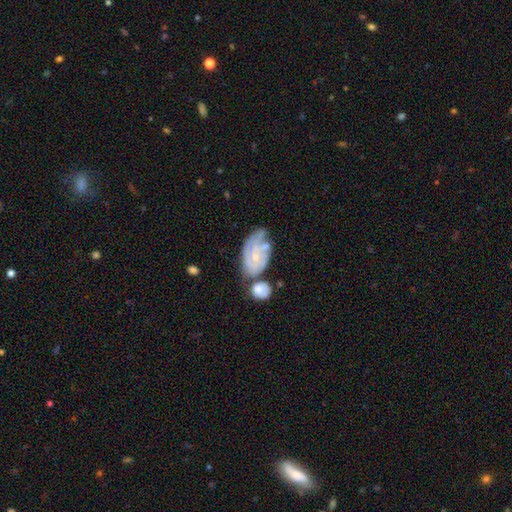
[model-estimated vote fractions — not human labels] A featured or disk galaxy (67%) with no bar (74%), tight (57%) spiral arms (82%) and a small central bulge (68%).

Vote fractions:
- Smooth or featured? featured or disk: 67% / smooth: 26% / star or artifact: 7%
- Edge-on disk? no: 96% / yes: 4%
- Bar? no: 74% / weak: 22% / strong: 4%
- Spiral arms? yes: 82% / no: 18%
- Spiral winding? tight: 57% / medium: 30% / loose: 13%
- Spiral arm count? can't tell: 48% / 2: 22% / 3: 14% / 1: 6% / 4: 6% / more than 4: 4%
- Bulge size? small: 68% / moderate: 19% / none: 10% / large: 2% / dominant: 1%
- Merging? none: 33% / merger: 26% / minor disturbance: 24% / major disturbance: 16%